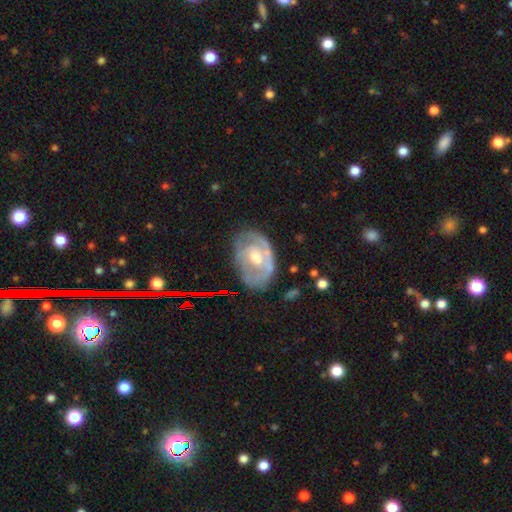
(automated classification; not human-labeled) Smooth or featured?
  - featured or disk: 71% *
  - smooth: 22%
  - star or artifact: 7%
Edge-on disk?
  - no: 95% *
  - yes: 5%
Bar?
  - no: 63% *
  - weak: 31%
  - strong: 7%
Spiral arms?
  - yes: 66% *
  - no: 34%
Bulge size?
  - moderate: 60% *
  - small: 30%
  - large: 5%
  - none: 3%
  - dominant: 1%
Merging?
  - none: 62% *
  - minor disturbance: 25%
  - major disturbance: 11%
  - merger: 2%